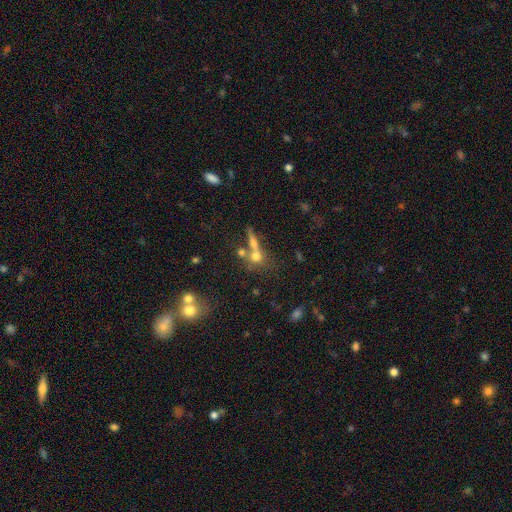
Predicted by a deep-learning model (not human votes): The model was most divided on "merging" (2-way tie): none: 42%, merger: 42%, minor disturbance: 9%, major disturbance: 7%. More confident: smooth or featured — smooth (58%); how rounded — round (57%).